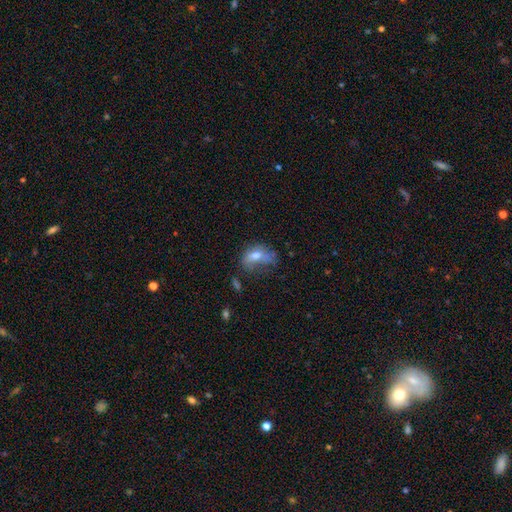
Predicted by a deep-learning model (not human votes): Q: Smooth or featured?
A: smooth (64%); runner-up: featured or disk (24%)
Q: How rounded?
A: in between (77%); runner-up: round (21%)
Q: Merging?
A: major disturbance (35%); runner-up: minor disturbance (30%)